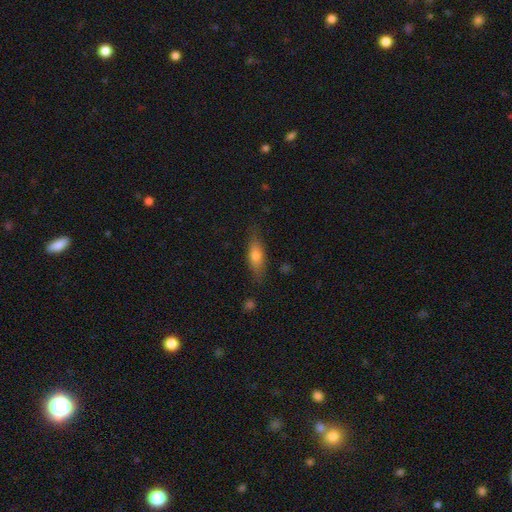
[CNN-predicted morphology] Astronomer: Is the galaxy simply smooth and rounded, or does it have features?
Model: smooth — 69%.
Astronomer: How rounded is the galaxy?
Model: in between — 59% (runner-up: cigar-shaped, 38%).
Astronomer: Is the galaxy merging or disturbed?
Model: none — 78%.